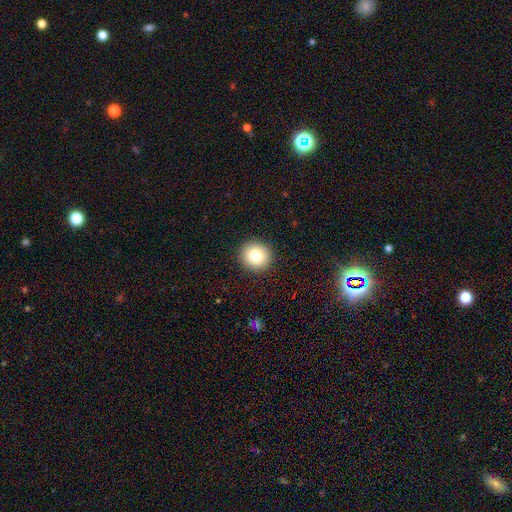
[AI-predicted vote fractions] A smooth galaxy with no disk features (82%) that is round (88%).

Vote fractions:
- Smooth or featured? smooth: 82% / star or artifact: 10% / featured or disk: 8%
- How rounded? round: 88% / in between: 11% / cigar-shaped: 1%
- Merging? none: 92% / minor disturbance: 5% / major disturbance: 2% / merger: 1%